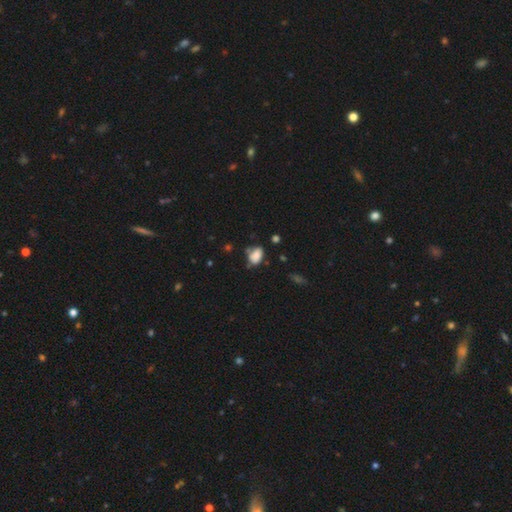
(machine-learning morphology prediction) Smooth or featured? smooth (80%)
How rounded? in between (83%)
Merging? none (47%)